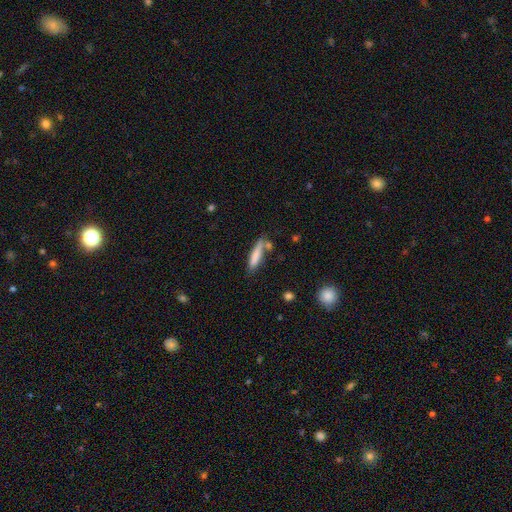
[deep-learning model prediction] This is likely a smooth galaxy (77%). How rounded: clearly cigar-shaped (83%). Merging: likely none (67%).